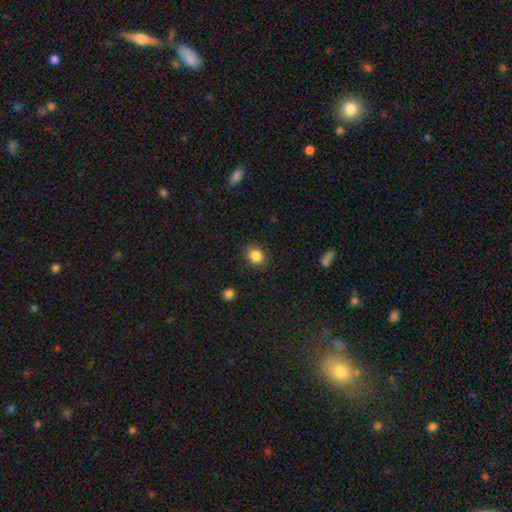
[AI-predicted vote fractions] smooth_or_featured: smooth (p=0.86) [alt: star or artifact p=0.10]
how_rounded: round (p=0.62) [alt: in between p=0.37]
merging: none (p=0.86) [alt: minor disturbance p=0.10]